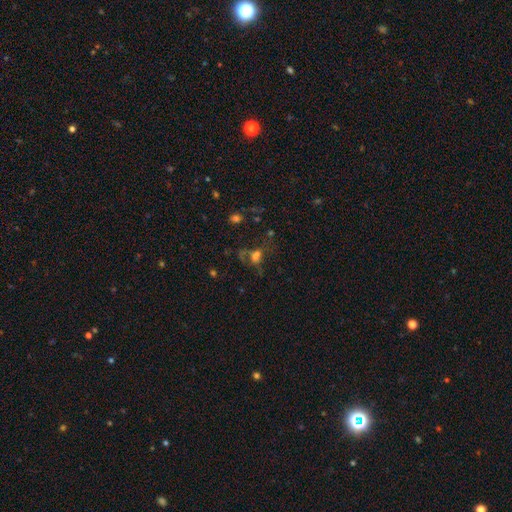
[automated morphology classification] Smooth or featured? Predicted: smooth (p=0.44). Merging? Predicted: none (p=0.31).